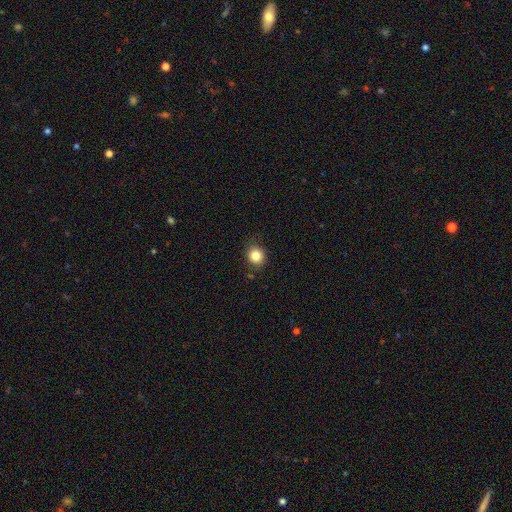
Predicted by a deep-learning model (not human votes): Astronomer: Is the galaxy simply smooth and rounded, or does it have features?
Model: smooth — 83%.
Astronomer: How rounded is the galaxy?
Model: round — 83%.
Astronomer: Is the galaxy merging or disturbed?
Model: none — 84%.